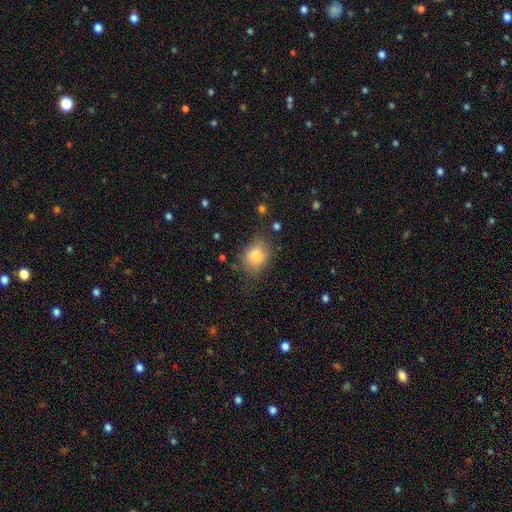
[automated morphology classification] A smooth galaxy with no disk features (82%) that is in between round and cigar-shaped (52%).

Vote fractions:
- Smooth or featured? smooth: 82% / star or artifact: 9% / featured or disk: 9%
- How rounded? in between: 52% / round: 47% / cigar-shaped: 1%
- Merging? none: 69% / minor disturbance: 22% / major disturbance: 7% / merger: 2%